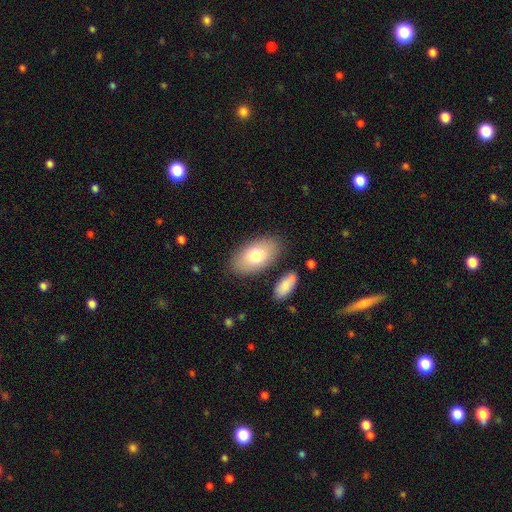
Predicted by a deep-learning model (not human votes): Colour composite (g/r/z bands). It shows a smooth galaxy with no disk features (76%) that is in between round and cigar-shaped (94%). Merging: none (81%).